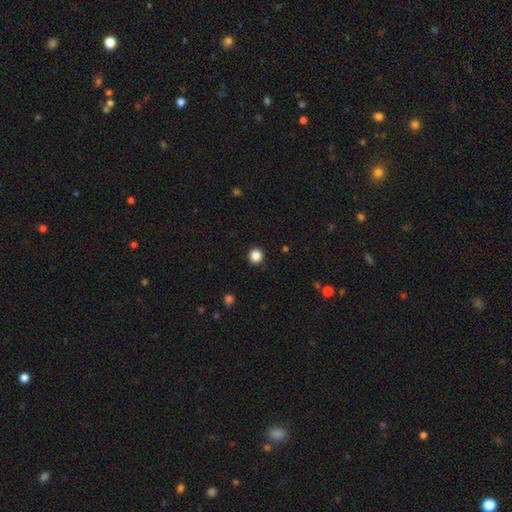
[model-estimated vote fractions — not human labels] smooth-or-featured: smooth: 86% | star or artifact: 11% | featured or disk: 3%
  how-rounded: round: 91% | in between: 8% | cigar-shaped: 1%
  merging: none: 92% | minor disturbance: 5% | major disturbance: 2% | merger: 1%